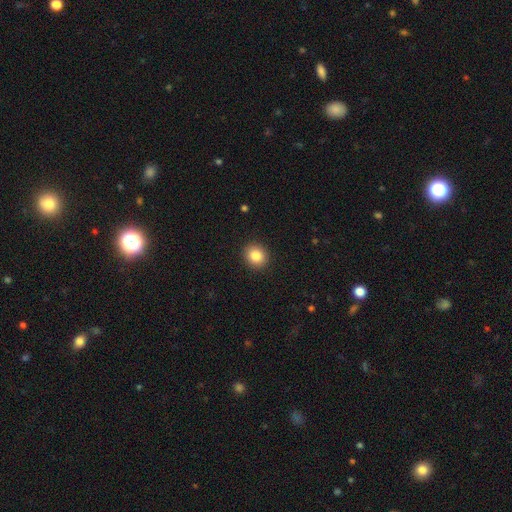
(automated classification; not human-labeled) smooth-or-featured: smooth: 85% | star or artifact: 9% | featured or disk: 5%
  how-rounded: round: 84% | in between: 15% | cigar-shaped: 1%
  merging: none: 91% | minor disturbance: 6% | major disturbance: 2% | merger: 1%